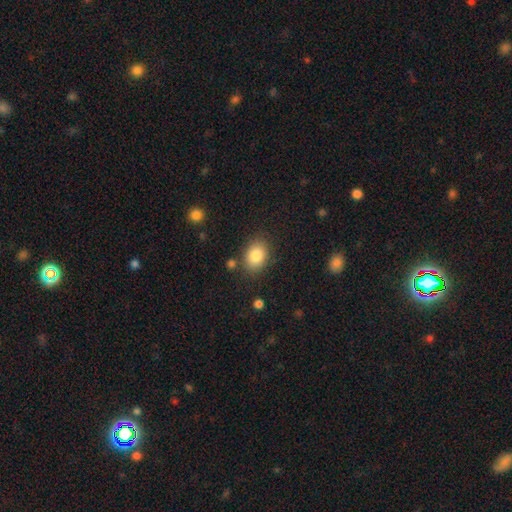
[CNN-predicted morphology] The model was most divided on "how rounded": in between: 69%, round: 30%, cigar-shaped: 1%. More confident: smooth or featured — smooth (84%); merging — none (81%).